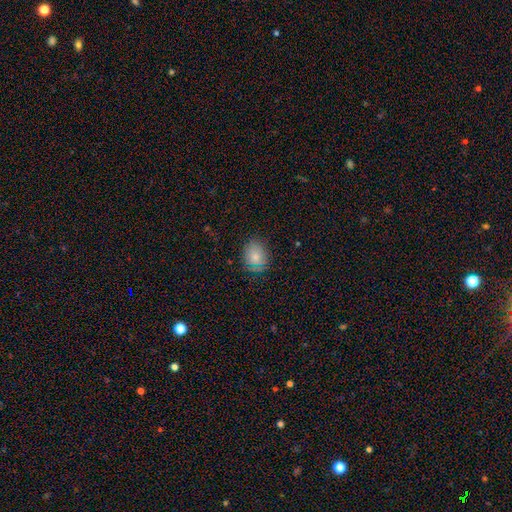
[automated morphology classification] A smooth galaxy with no disk features (76%) that is round (53%).

Vote fractions:
- Smooth or featured? smooth: 76% / star or artifact: 13% / featured or disk: 11%
- How rounded? round: 53% / in between: 46% / cigar-shaped: 1%
- Merging? none: 79% / minor disturbance: 16% / major disturbance: 4% / merger: 1%